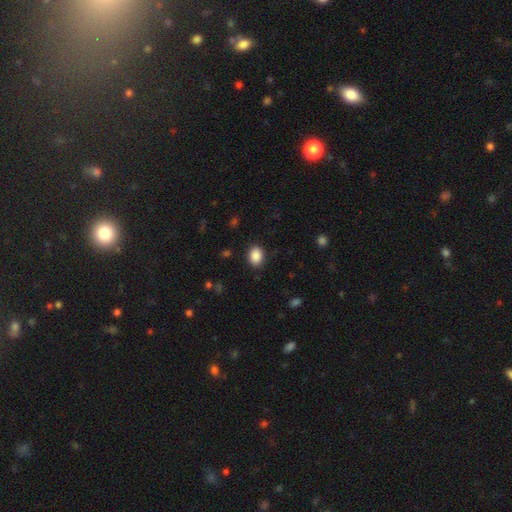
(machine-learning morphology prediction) The model was most divided on "how rounded": in between: 68%, round: 31%, cigar-shaped: 1%. More confident: smooth or featured — smooth (89%); merging — none (88%).